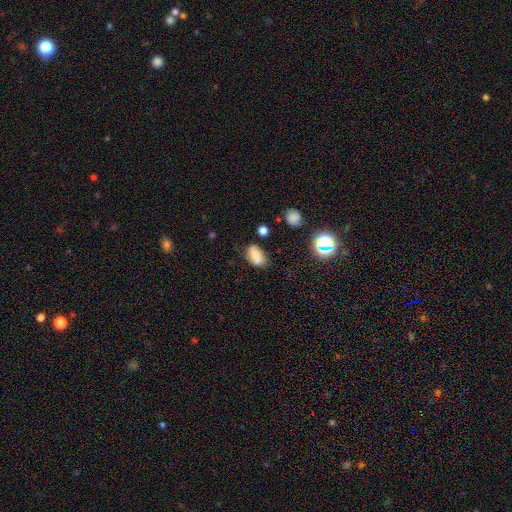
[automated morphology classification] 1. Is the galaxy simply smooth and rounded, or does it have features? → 69% smooth, 19% featured or disk, 12% star or artifact.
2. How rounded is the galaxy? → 86% in between, 11% round, 3% cigar-shaped.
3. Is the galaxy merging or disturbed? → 60% none, 22% minor disturbance, 13% merger, 6% major disturbance.